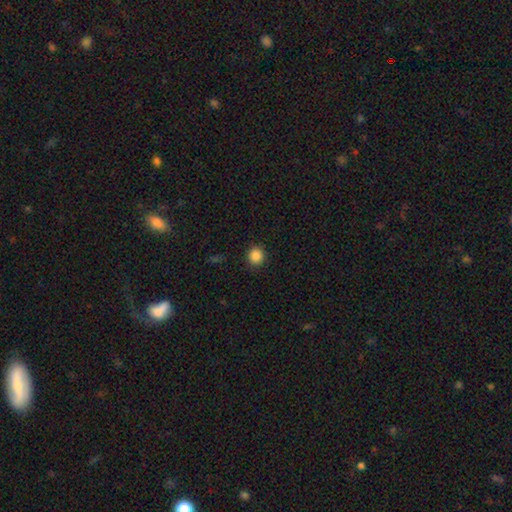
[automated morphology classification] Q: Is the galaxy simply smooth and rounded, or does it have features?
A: smooth — 87%.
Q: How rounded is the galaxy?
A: round — 88%.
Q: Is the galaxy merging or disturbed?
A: none — 91%.